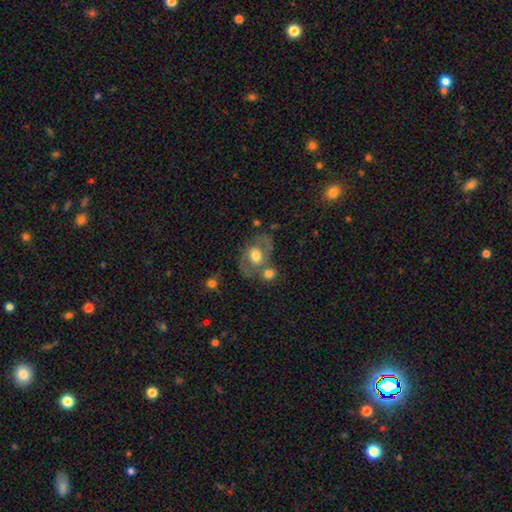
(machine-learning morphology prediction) Q: Smooth or featured?
A: featured or disk (56%); runner-up: smooth (36%)
Q: Edge-on disk?
A: no (95%); runner-up: yes (5%)
Q: Bar?
A: no (64%); runner-up: weak (28%)
Q: Spiral arms?
A: yes (58%); runner-up: no (42%)
Q: Bulge size?
A: moderate (63%); runner-up: large (25%)
Q: Merging?
A: none (54%); runner-up: merger (22%)